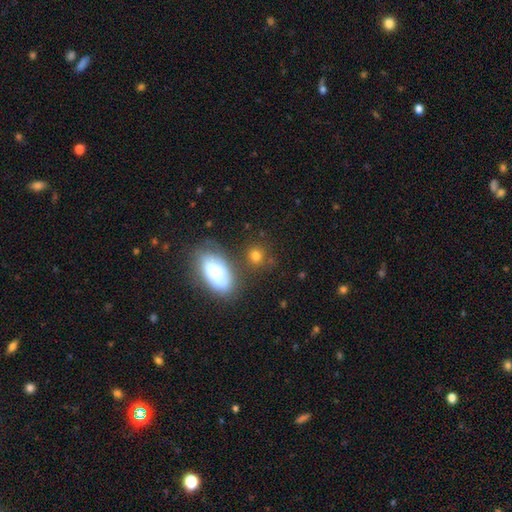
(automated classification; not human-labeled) smooth_or_featured: smooth (p=0.76) [alt: featured or disk p=0.14]
how_rounded: round (p=0.68) [alt: in between p=0.30]
merging: none (p=0.70) [alt: minor disturbance p=0.14]